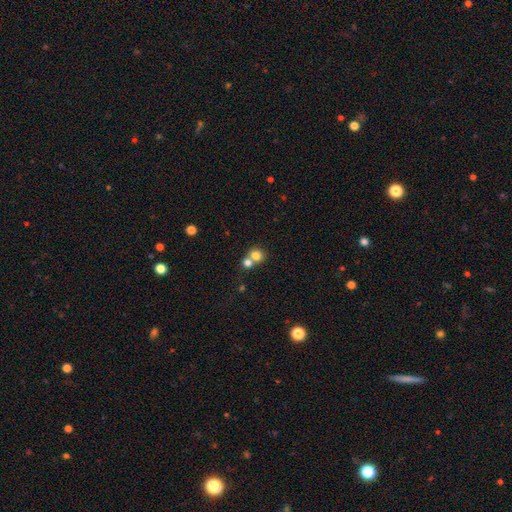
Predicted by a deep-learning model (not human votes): Smooth or featured?
  - smooth: 78% *
  - star or artifact: 12%
  - featured or disk: 11%
How rounded?
  - round: 82% *
  - in between: 17%
  - cigar-shaped: 1%
Merging?
  - merger: 51% *
  - none: 41%
  - minor disturbance: 6%
  - major disturbance: 3%